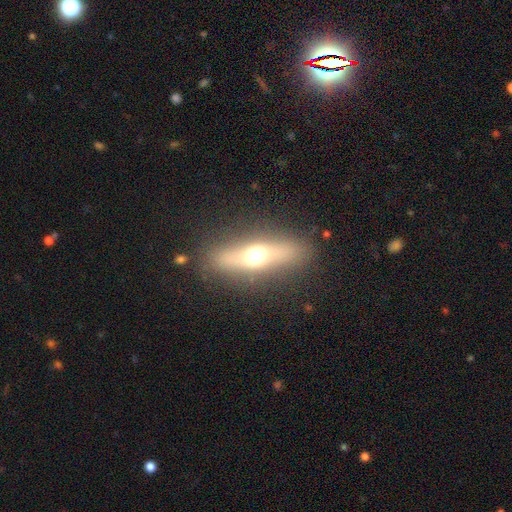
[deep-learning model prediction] The model was most divided on "smooth or featured" (2-way tie): featured or disk: 44%, smooth: 44%, star or artifact: 11%. More confident: merging — none (86%).